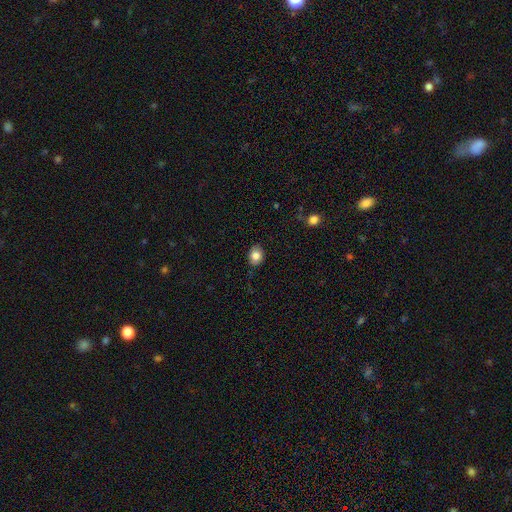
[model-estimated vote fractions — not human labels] smooth 82%, featured or disk 9%, star or artifact 9%. Down the decision tree: how rounded — in between (61%); merging — none (83%).